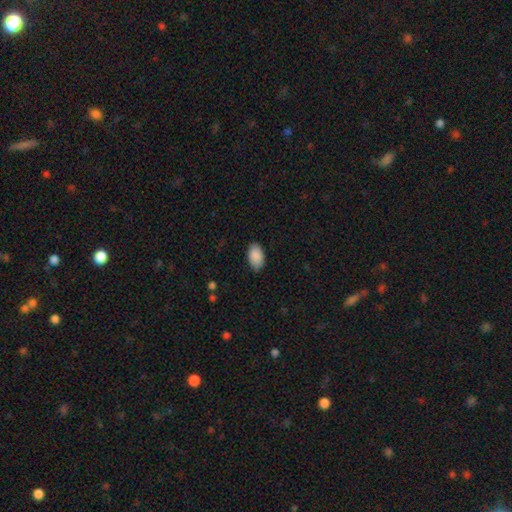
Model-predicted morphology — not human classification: smooth 91%, star or artifact 6%, featured or disk 3%. Down the decision tree: how rounded — in between (94%); merging — none (83%).